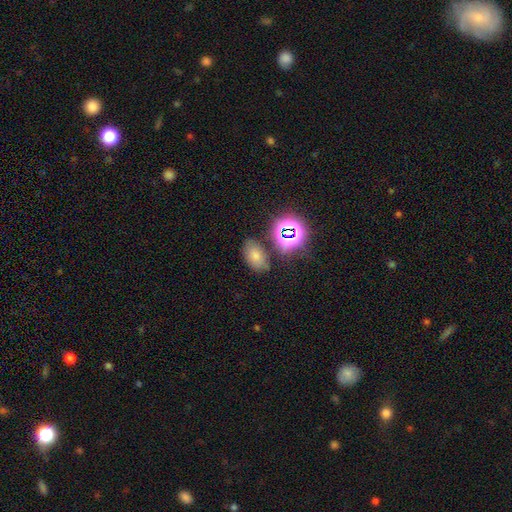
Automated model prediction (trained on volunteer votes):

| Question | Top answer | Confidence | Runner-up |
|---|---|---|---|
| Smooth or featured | smooth | 50% | star or artifact (36%) |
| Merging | none | 79% | minor disturbance (12%) |